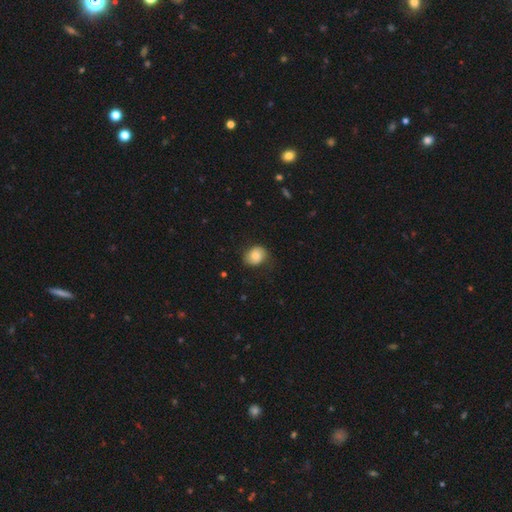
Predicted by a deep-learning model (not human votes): This is likely a smooth galaxy (70%). How rounded: possibly round (59%). Merging: likely none (69%).